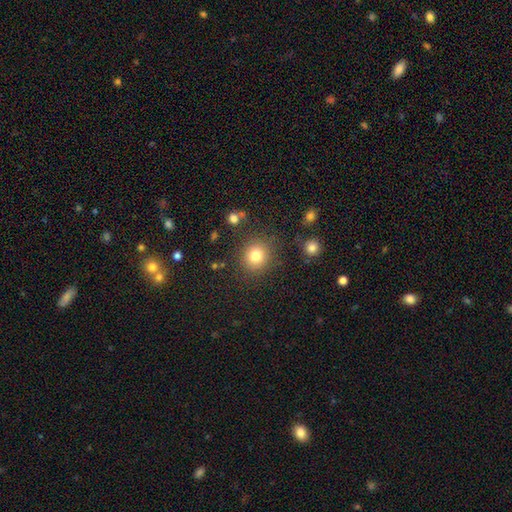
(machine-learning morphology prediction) smooth_or_featured: smooth (p=0.81) [alt: star or artifact p=0.13]
how_rounded: round (p=0.86) [alt: in between p=0.13]
merging: none (p=0.85) [alt: minor disturbance p=0.08]